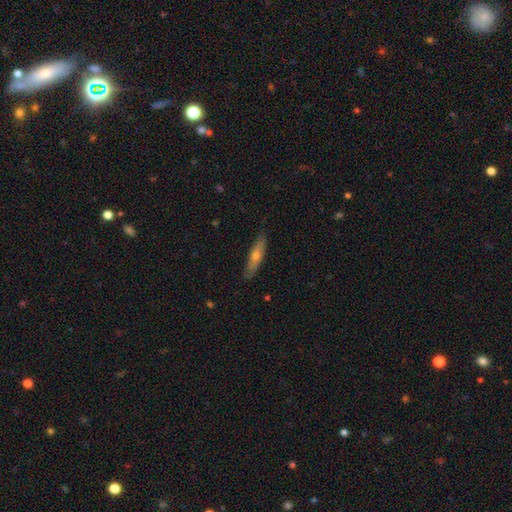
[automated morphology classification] Q: Smooth or featured?
A: smooth (48%); runner-up: featured or disk (45%)
Q: Merging?
A: none (85%); runner-up: minor disturbance (12%)